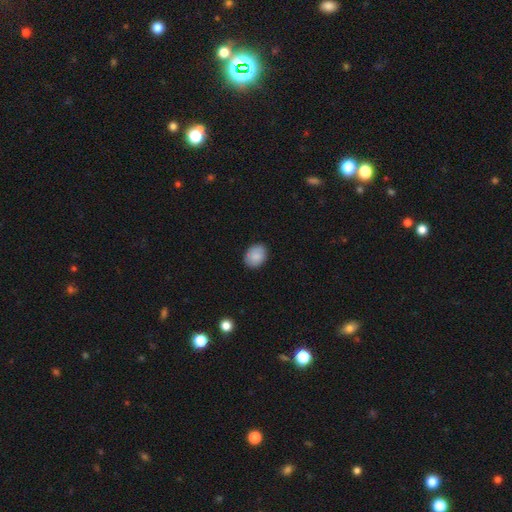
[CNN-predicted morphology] Smooth or featured: smooth — 85% (featured or disk — 8%)
How rounded: in between — 58% (round — 41%)
Merging: none — 86% (minor disturbance — 11%)